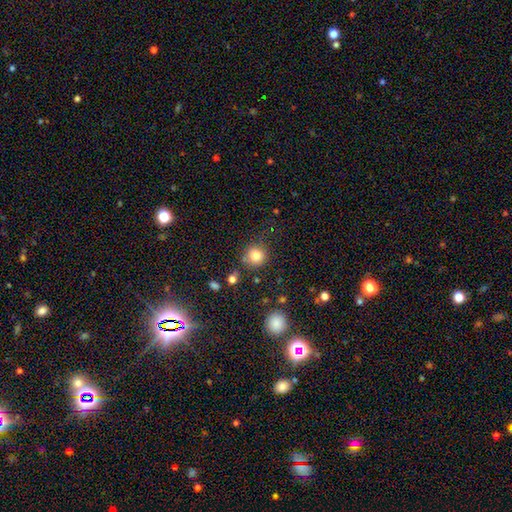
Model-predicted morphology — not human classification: Smooth or featured? Predicted: smooth (p=0.83). How rounded? Predicted: round (p=0.89). Merging? Predicted: none (p=0.76).